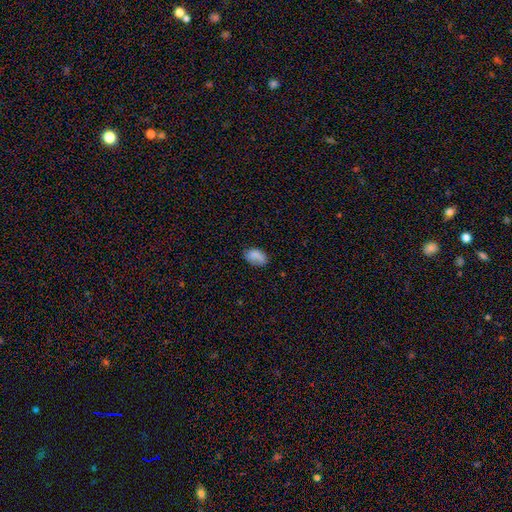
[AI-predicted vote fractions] A smooth galaxy with no disk features (79%) that is in between round and cigar-shaped (86%). Merging: none (66%).